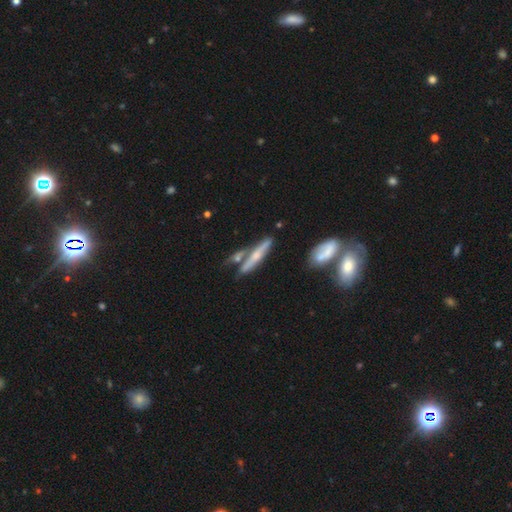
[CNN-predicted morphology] The model was most divided on "smooth or featured": featured or disk: 64%, smooth: 28%, star or artifact: 7%. More confident: edge-on disk — yes (90%); edge-on bulge — rounded (83%); merging — none (64%).